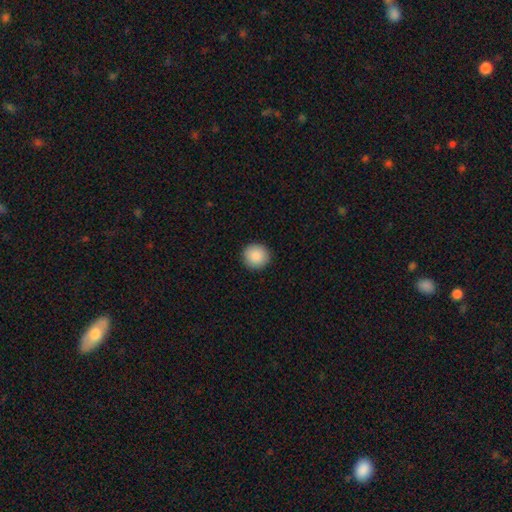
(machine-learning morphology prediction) Overall: smooth (89%). How rounded: round (94%). Merging: none (92%).